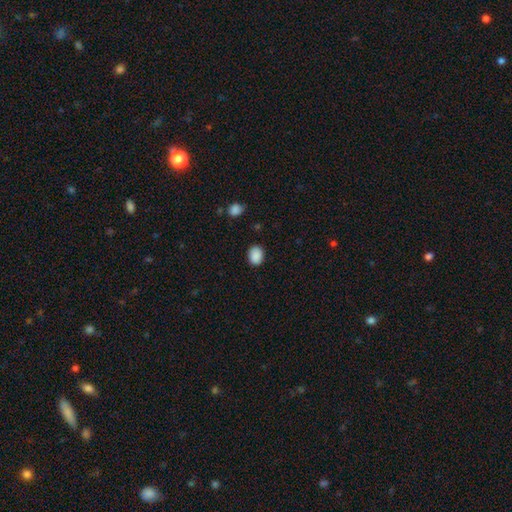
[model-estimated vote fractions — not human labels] Morphology: type=smooth (89%); roundness=in between (53%); merging=none (85%).